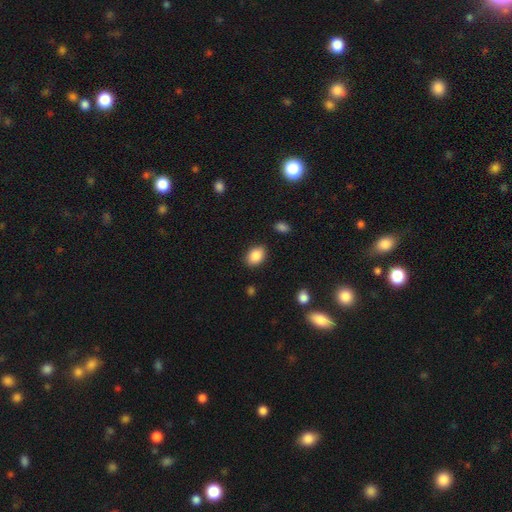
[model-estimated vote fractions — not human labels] Morphology: type=smooth (87%); roundness=in between (79%); merging=none (86%).